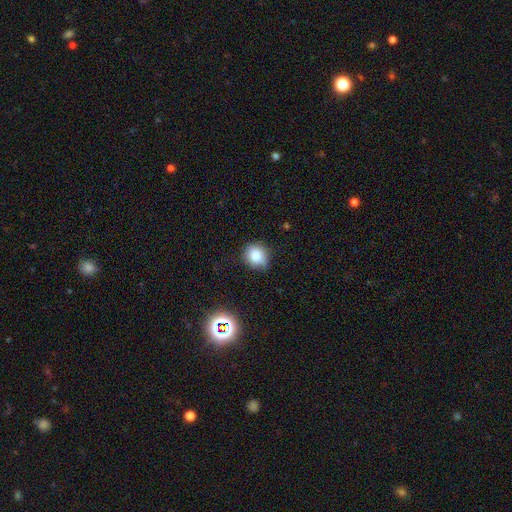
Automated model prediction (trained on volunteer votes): A smooth galaxy with no disk features (79%) that is round (79%). Merging: none (73%).